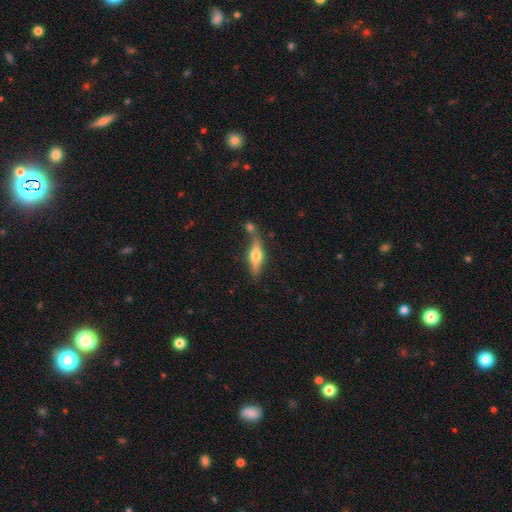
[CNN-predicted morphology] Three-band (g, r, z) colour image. It shows a featured or disk galaxy (52%) viewed edge-on (89%). Merging: none (59%).